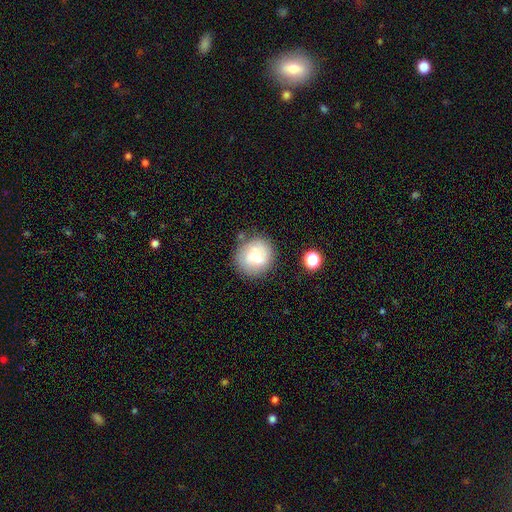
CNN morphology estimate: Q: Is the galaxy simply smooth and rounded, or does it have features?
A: smooth — 59%.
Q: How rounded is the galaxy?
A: round — 88%.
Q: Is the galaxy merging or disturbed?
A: none — 77%.